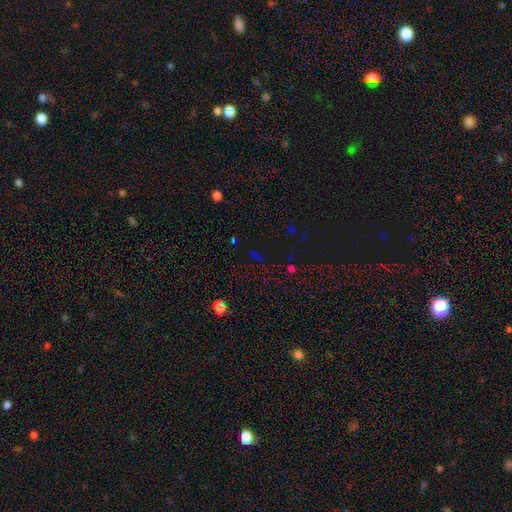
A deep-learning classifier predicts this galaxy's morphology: Overall: star or artifact (61%; smooth 29%).